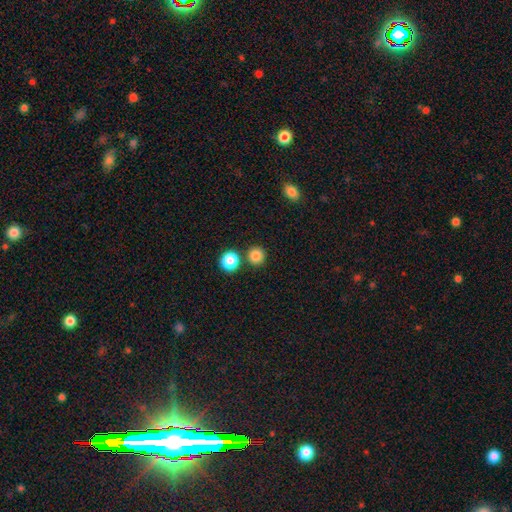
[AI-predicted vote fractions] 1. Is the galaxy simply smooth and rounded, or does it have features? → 84% smooth, 12% star or artifact, 4% featured or disk.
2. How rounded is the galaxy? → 93% round, 6% in between, 1% cigar-shaped.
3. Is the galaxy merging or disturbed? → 82% none, 9% merger, 6% minor disturbance, 2% major disturbance.